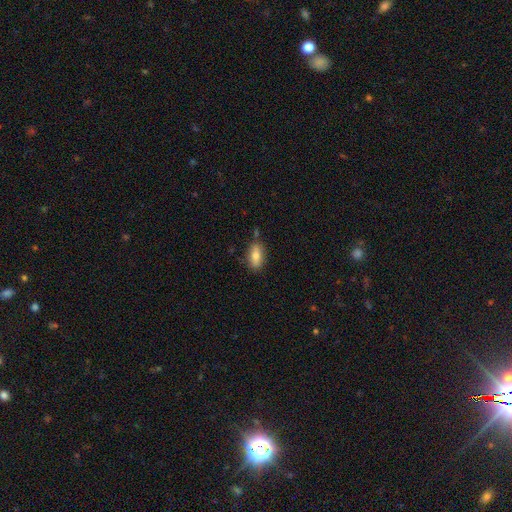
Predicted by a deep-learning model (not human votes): Smooth or featured? Predicted: smooth (p=0.78). How rounded? Predicted: in between (p=0.83). Merging? Predicted: none (p=0.78).